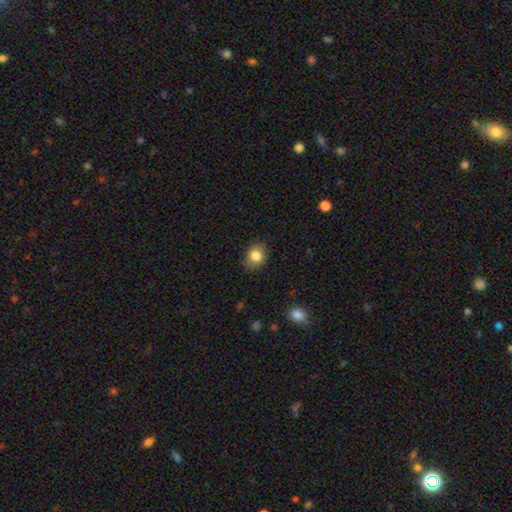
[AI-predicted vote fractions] smooth-or-featured: smooth: 82% | star or artifact: 10% | featured or disk: 8%
  how-rounded: round: 55% | in between: 44% | cigar-shaped: 1%
  merging: none: 80% | minor disturbance: 15% | major disturbance: 3% | merger: 1%